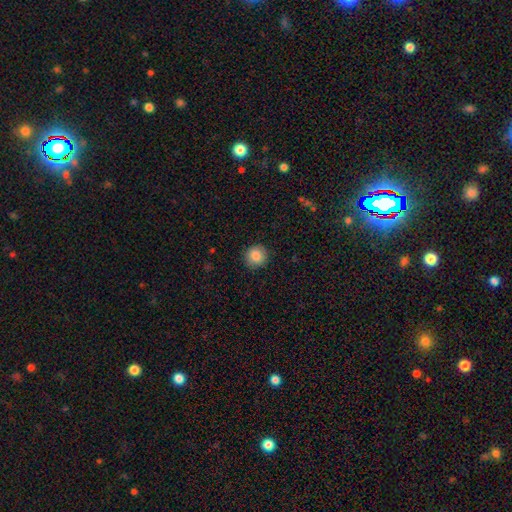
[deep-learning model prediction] Morphology: type=smooth (86%); roundness=round (93%); merging=none (90%).